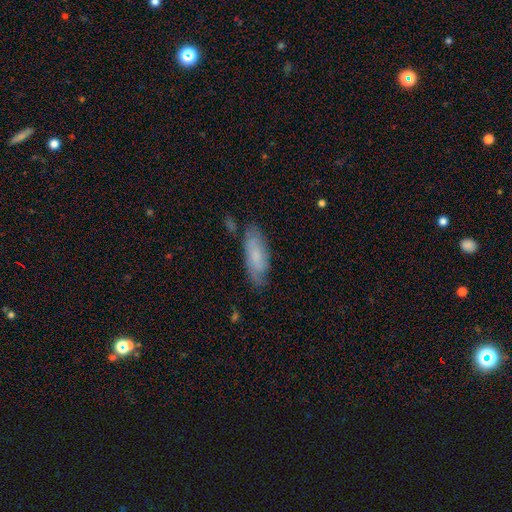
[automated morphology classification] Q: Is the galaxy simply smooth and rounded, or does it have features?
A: smooth — 62%.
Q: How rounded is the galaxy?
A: in between — 63%.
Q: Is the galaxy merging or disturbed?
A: none — 71%.